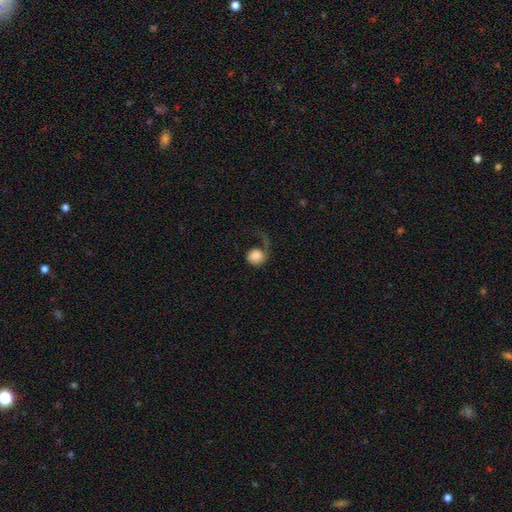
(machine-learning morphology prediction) The model was most divided on "merging": major disturbance: 49%, none: 31%, minor disturbance: 16%, merger: 4%. More confident: how rounded — round (77%); smooth or featured — smooth (69%).